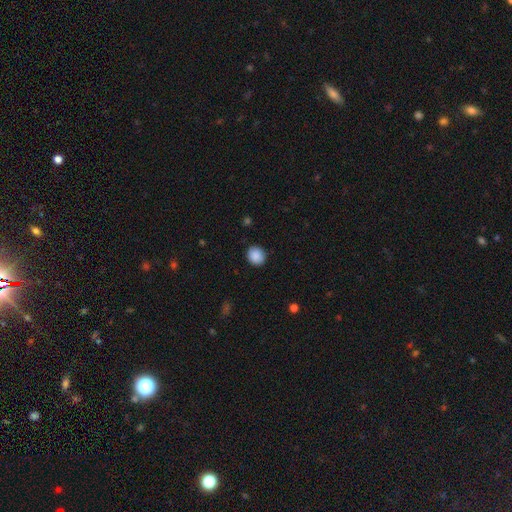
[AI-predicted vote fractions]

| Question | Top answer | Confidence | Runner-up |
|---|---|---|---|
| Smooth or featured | smooth | 89% | star or artifact (8%) |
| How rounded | round | 79% | in between (21%) |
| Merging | none | 88% | minor disturbance (9%) |